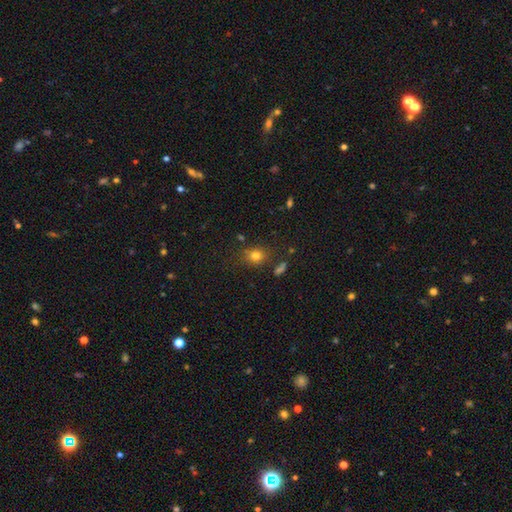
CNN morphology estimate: A smooth galaxy with no disk features (77%) that is round (63%).

Vote fractions:
- Smooth or featured? smooth: 77% / star or artifact: 15% / featured or disk: 8%
- How rounded? round: 63% / in between: 35% / cigar-shaped: 1%
- Merging? none: 78% / minor disturbance: 13% / merger: 5% / major disturbance: 4%